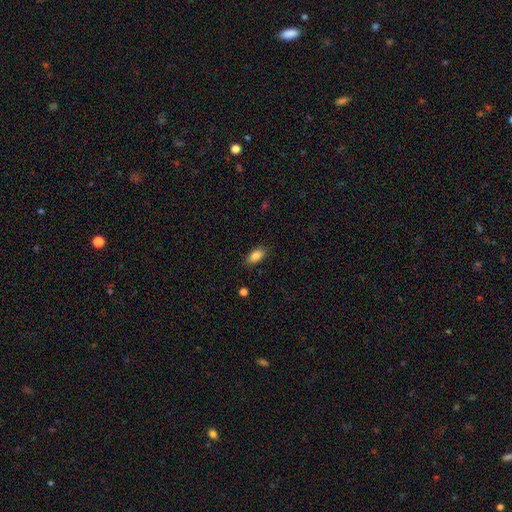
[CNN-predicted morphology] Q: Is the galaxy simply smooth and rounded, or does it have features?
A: smooth — 85%.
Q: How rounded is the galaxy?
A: in between — 90%.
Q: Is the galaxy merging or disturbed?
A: none — 87%.